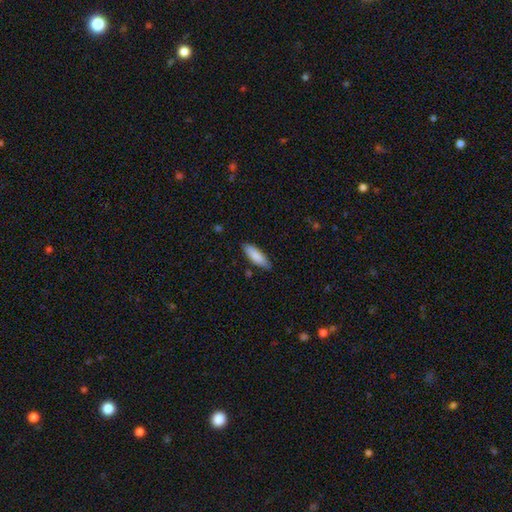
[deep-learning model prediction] smooth_or_featured: smooth (p=0.87) [alt: featured or disk p=0.08]
how_rounded: in between (p=0.52) [alt: cigar-shaped p=0.47]
merging: none (p=0.85) [alt: minor disturbance p=0.12]